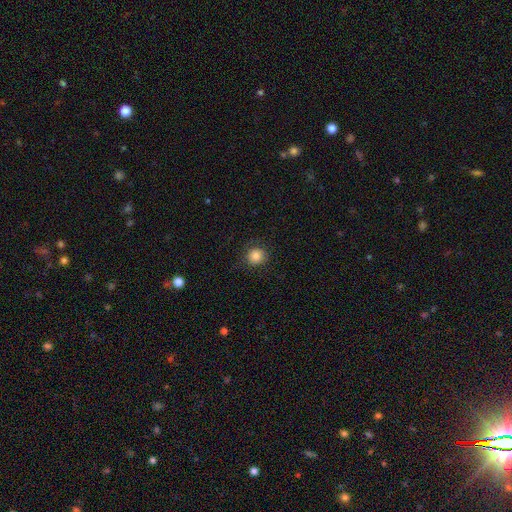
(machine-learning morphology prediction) This is clearly a smooth galaxy (85%). How rounded: clearly round (87%). Merging: clearly none (85%).